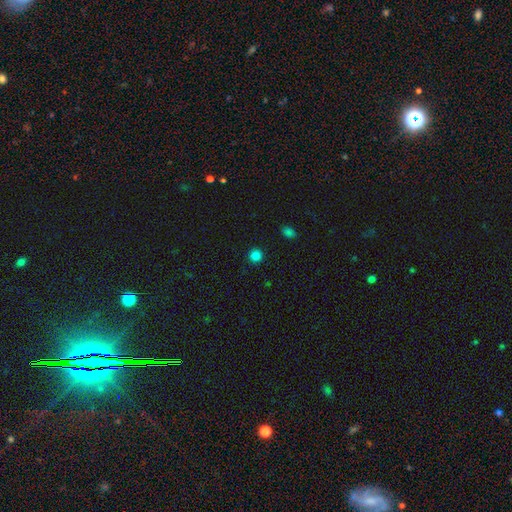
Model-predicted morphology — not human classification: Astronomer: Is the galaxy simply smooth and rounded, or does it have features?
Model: smooth — 83%.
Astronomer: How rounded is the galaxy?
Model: round — 95%.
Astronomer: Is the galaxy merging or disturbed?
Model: none — 92%.